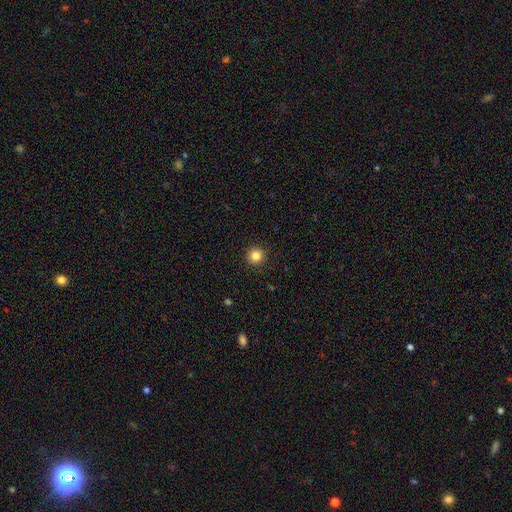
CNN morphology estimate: smooth 85%, star or artifact 11%, featured or disk 4%. Down the decision tree: how rounded — round (95%); merging — none (92%).